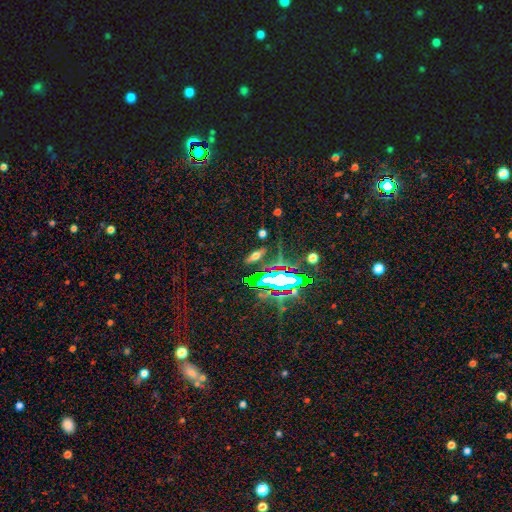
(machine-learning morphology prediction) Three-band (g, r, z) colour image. It shows a smooth galaxy with no disk features (44%). Merging: none (80%).